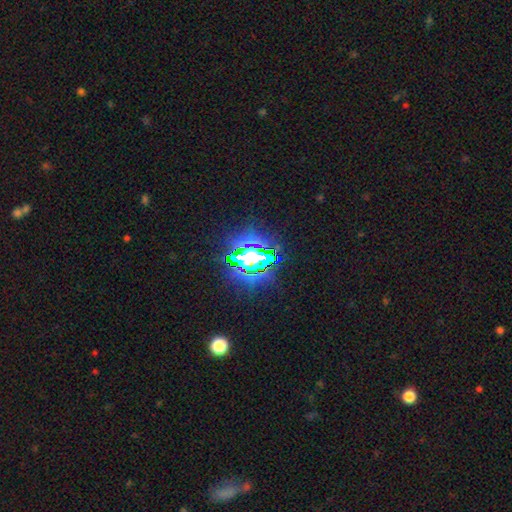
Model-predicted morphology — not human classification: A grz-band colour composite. It shows a star or artifact, not a galaxy (67%).